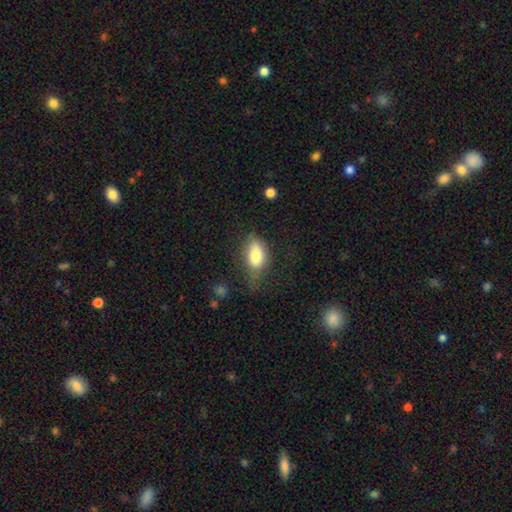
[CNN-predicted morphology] smooth 80%, featured or disk 13%, star or artifact 7%. Down the decision tree: how rounded — in between (88%); merging — none (48%).